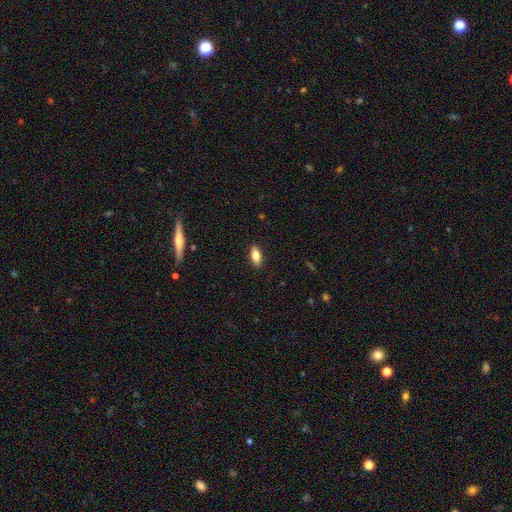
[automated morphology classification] Overall: smooth (76%). How rounded: in between (77%). Merging: none (89%).